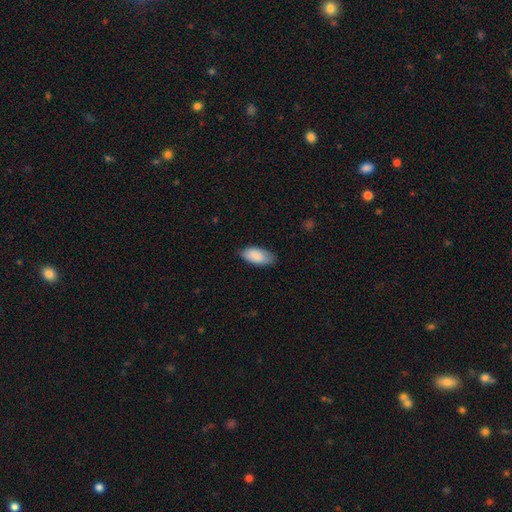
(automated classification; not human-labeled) Smooth or featured: smooth — 88% (featured or disk — 7%)
How rounded: in between — 93% (cigar-shaped — 5%)
Merging: none — 77% (minor disturbance — 19%)